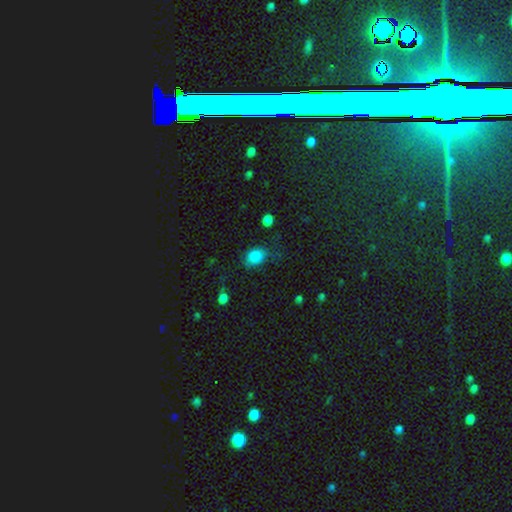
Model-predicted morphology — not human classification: Q: Smooth or featured?
A: smooth (84%); runner-up: star or artifact (10%)
Q: How rounded?
A: round (54%); runner-up: in between (45%)
Q: Merging?
A: none (57%); runner-up: minor disturbance (27%)